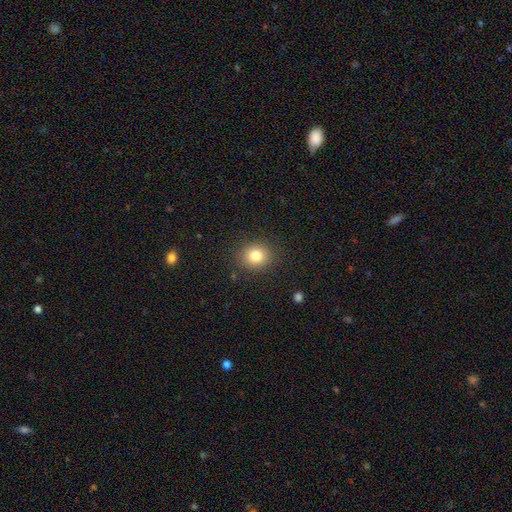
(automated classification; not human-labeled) smooth_or_featured: smooth (p=0.81) [alt: star or artifact p=0.11]
how_rounded: round (p=0.75) [alt: in between p=0.24]
merging: none (p=0.88) [alt: minor disturbance p=0.08]